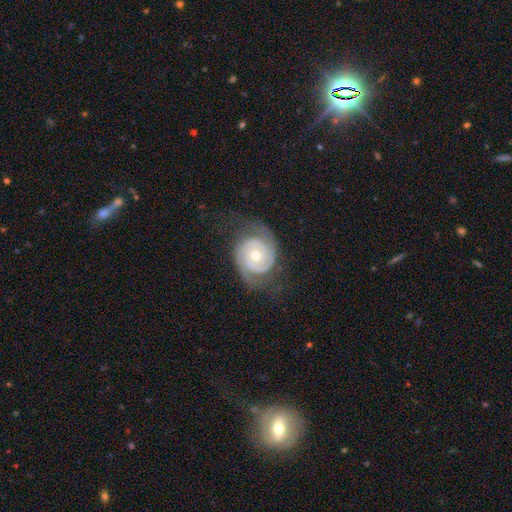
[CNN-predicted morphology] A featured or disk galaxy (90%) with no bar (73%), 2 (84%) tight (66%) spiral arms (98%) and a moderate central bulge (51%). Merging: none (72%).